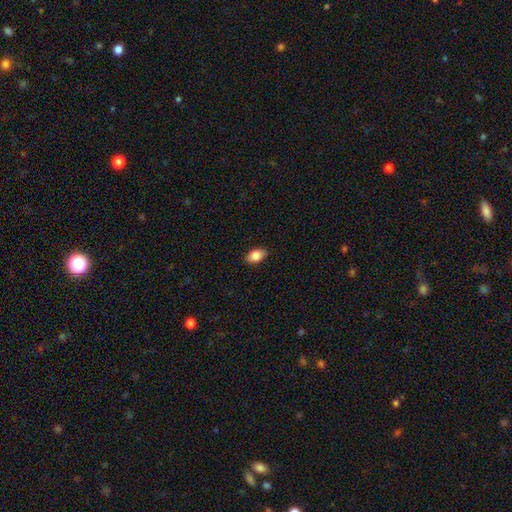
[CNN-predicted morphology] Smooth or featured? Predicted: smooth (p=0.85). How rounded? Predicted: in between (p=0.87). Merging? Predicted: none (p=0.88).